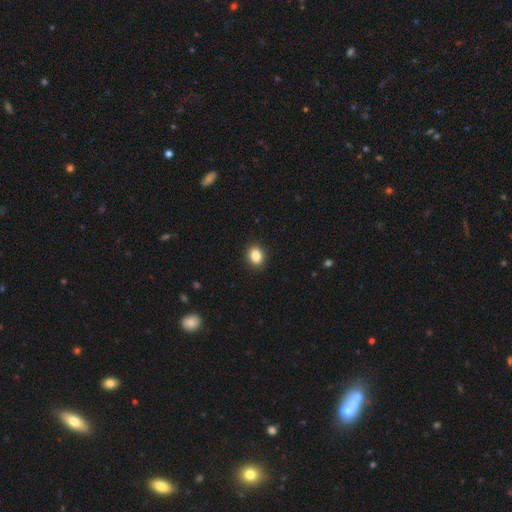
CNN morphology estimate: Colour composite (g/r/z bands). It shows a smooth galaxy with no disk features (87%) that is in between round and cigar-shaped (57%). Merging: none (90%).